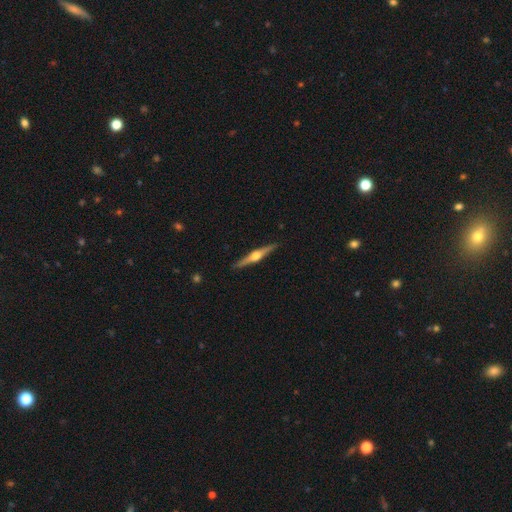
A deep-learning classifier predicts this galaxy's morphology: featured or disk 77%, smooth 18%, star or artifact 5%. Down the decision tree: edge-on disk — yes (98%); edge-on bulge — rounded (95%); merging — none (91%).